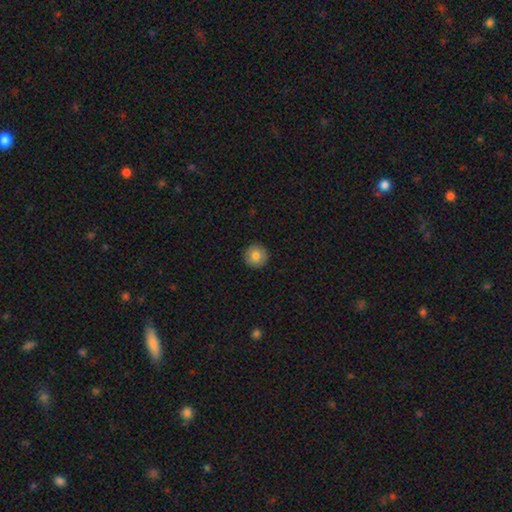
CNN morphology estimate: smooth 81%, featured or disk 11%, star or artifact 8%. Down the decision tree: how rounded — round (95%); merging — none (92%).